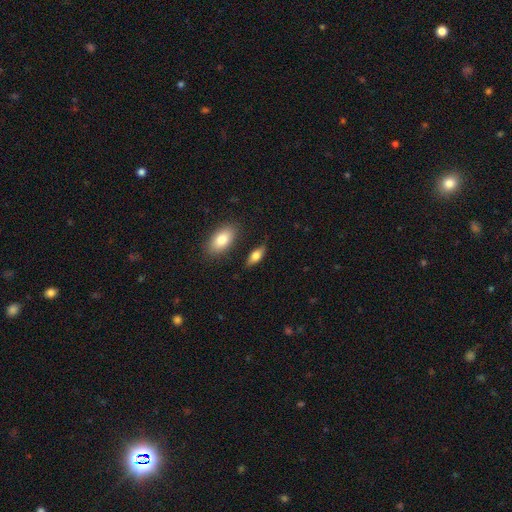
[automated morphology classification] Smooth or featured: smooth — 70% (featured or disk — 23%)
How rounded: in between — 78% (cigar-shaped — 18%)
Merging: none — 76% (minor disturbance — 16%)